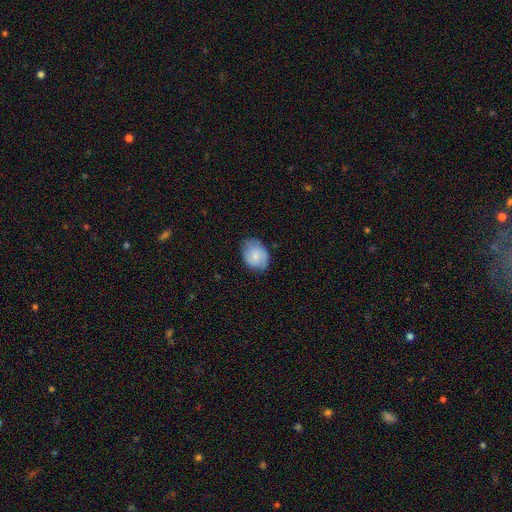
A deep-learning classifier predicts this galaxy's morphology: This appears to be a smooth galaxy with no disk features (63%) that is in between round and cigar-shaped (57%). Merging: none (65%).